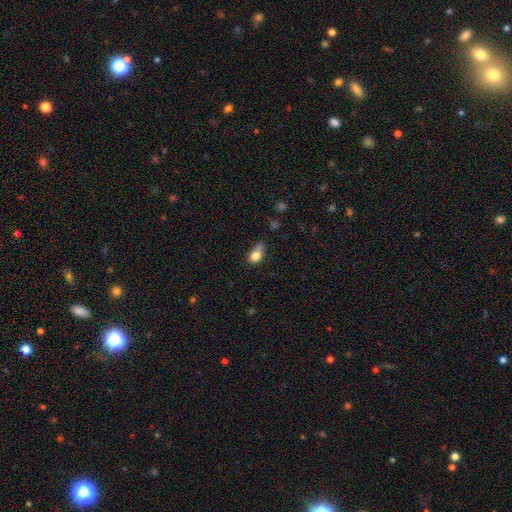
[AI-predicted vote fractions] The model was most divided on "merging": minor disturbance: 41%, none: 31%, major disturbance: 18%, merger: 9%. More confident: smooth or featured — smooth (79%); how rounded — in between (71%).